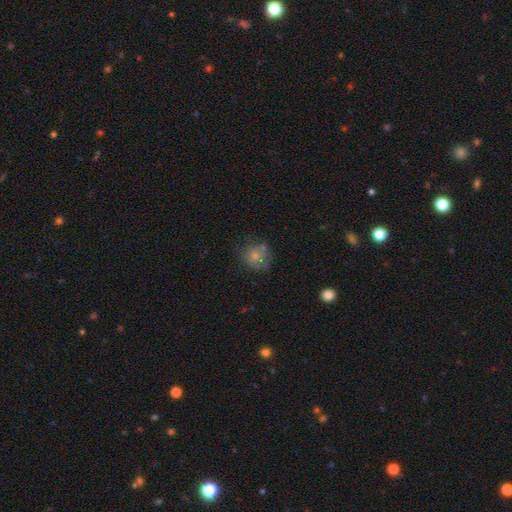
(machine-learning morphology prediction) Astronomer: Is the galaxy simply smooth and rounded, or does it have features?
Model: smooth — 69%.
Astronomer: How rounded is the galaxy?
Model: round — 79%.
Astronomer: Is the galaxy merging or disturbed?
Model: none — 55%.